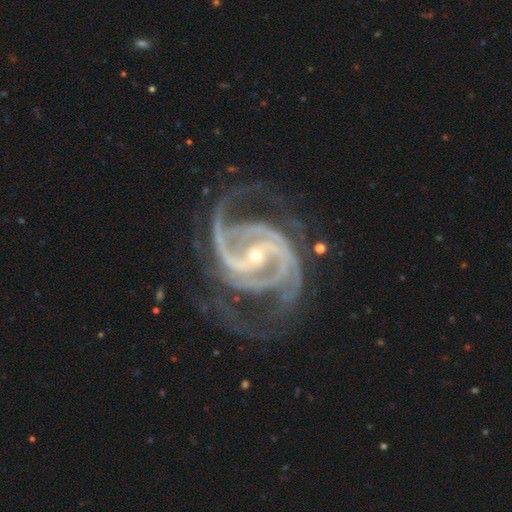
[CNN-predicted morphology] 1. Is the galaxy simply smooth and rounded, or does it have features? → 94% featured or disk, 4% star or artifact, 2% smooth.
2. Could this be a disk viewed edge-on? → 98% no, 2% yes.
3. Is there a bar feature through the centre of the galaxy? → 52% strong, 32% weak, 17% no.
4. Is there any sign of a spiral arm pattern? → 99% yes, 1% no.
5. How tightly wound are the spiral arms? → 57% medium, 30% tight, 13% loose.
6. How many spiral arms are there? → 62% 2, 17% 3, 6% can't tell, 6% 4, 5% more than 4, 4% 1.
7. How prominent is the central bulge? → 75% small, 22% moderate, 1% large, 1% none, 1% dominant.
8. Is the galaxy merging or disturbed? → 64% none, 18% minor disturbance, 17% major disturbance, 2% merger.